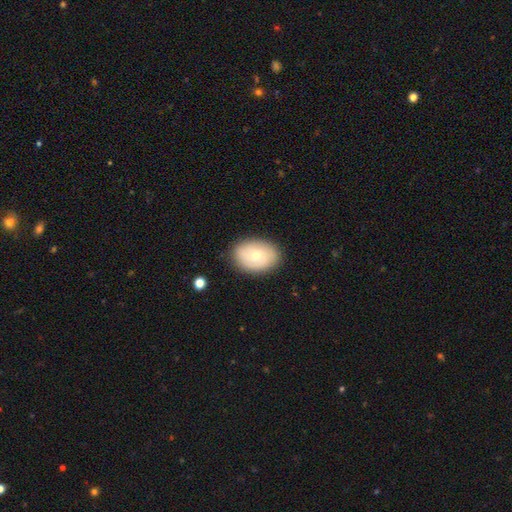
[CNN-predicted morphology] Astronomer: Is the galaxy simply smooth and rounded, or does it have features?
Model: smooth — 57% (runner-up: featured or disk, 36%).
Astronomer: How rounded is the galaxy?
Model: in between — 79%.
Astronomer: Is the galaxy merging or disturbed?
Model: none — 84%.